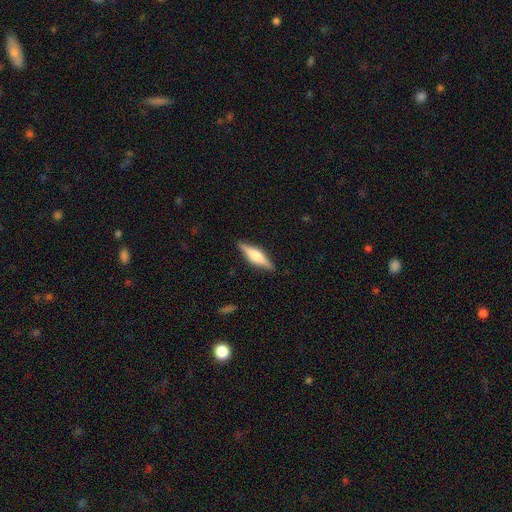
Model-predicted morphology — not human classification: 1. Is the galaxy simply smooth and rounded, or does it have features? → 54% featured or disk, 40% smooth, 6% star or artifact.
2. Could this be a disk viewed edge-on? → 96% yes, 4% no.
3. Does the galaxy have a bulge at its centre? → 75% rounded, 21% boxy, 5% none.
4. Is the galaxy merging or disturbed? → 88% none, 9% minor disturbance, 2% major disturbance, 1% merger.